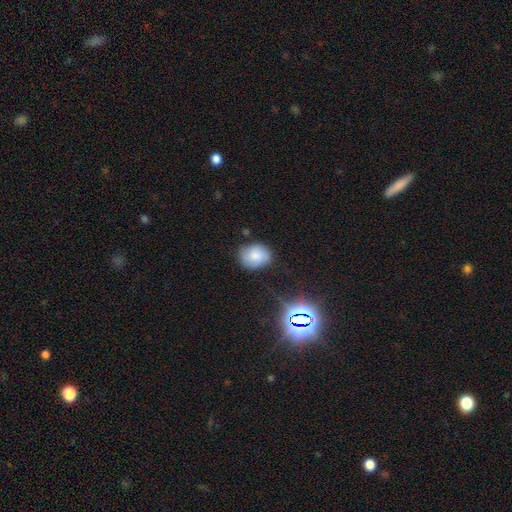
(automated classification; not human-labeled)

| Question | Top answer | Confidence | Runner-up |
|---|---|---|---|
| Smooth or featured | smooth | 75% | featured or disk (14%) |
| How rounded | in between | 52% | round (47%) |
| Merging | none | 74% | minor disturbance (19%) |